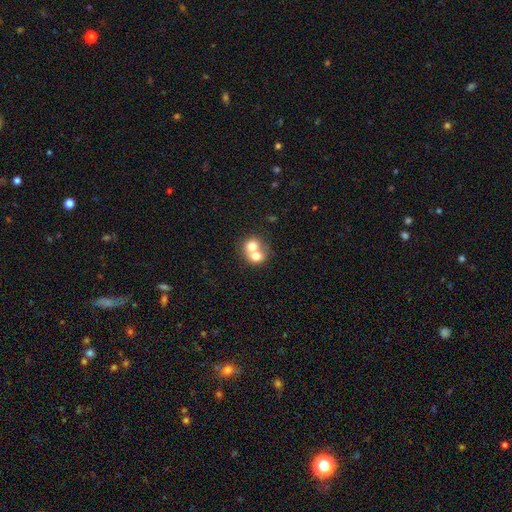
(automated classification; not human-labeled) Smooth or featured?
  - smooth: 68% *
  - featured or disk: 23%
  - star or artifact: 9%
How rounded?
  - round: 71% *
  - in between: 28%
  - cigar-shaped: 1%
Merging?
  - merger: 72% *
  - none: 22%
  - minor disturbance: 4%
  - major disturbance: 2%